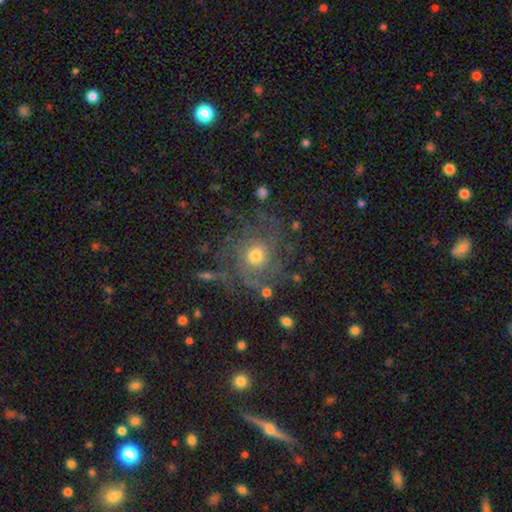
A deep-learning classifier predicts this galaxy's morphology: Smooth or featured? featured or disk (65%)
Edge-on disk? no (97%)
Bar? no (84%)
Spiral arms? yes (82%)
Spiral winding? tight (49%)
Spiral arm count? can't tell (40%)
Bulge size? moderate (60%)
Merging? none (66%)